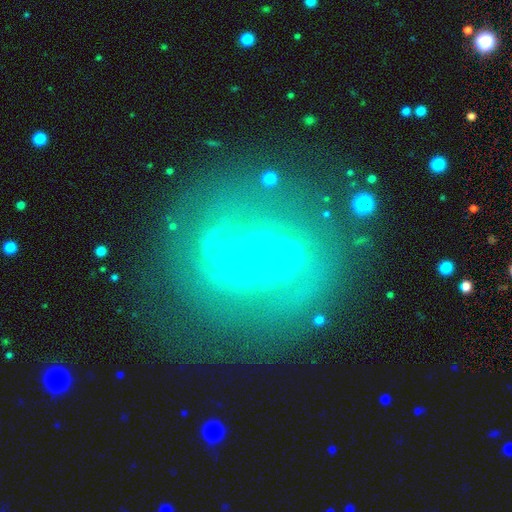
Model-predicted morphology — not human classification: Smooth or featured?
  - featured or disk: 72% *
  - smooth: 15%
  - star or artifact: 13%
Edge-on disk?
  - no: 97% *
  - yes: 3%
Bar?
  - no: 67% *
  - weak: 22%
  - strong: 11%
Spiral arms?
  - no: 54% *
  - yes: 46%
Bulge size?
  - small: 60% *
  - moderate: 22%
  - none: 12%
  - large: 3%
  - dominant: 2%
Merging?
  - none: 53% *
  - major disturbance: 20%
  - minor disturbance: 18%
  - merger: 8%